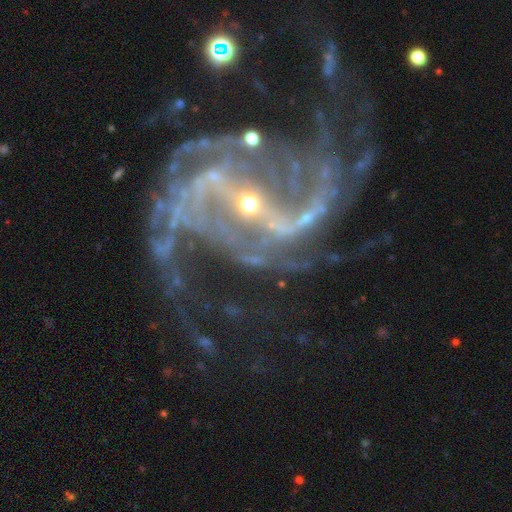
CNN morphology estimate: The model was most divided on "merging": none: 49%, major disturbance: 28%, minor disturbance: 18%, merger: 4%. Remaining: edge-on disk — no (97%); spiral arms — yes (97%); smooth or featured — featured or disk (91%); bulge size — small (76%); bar — strong (62%); spiral winding — medium (48%); spiral arm count — 2 (42%).